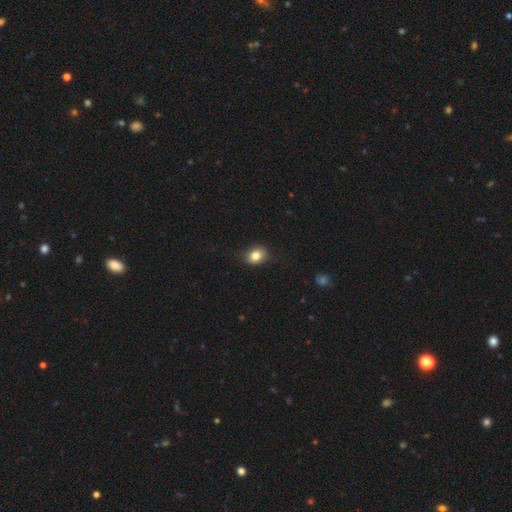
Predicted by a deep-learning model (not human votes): Smooth or featured? Predicted: smooth (p=0.82). How rounded? Predicted: in between (p=0.54). Merging? Predicted: none (p=0.82).